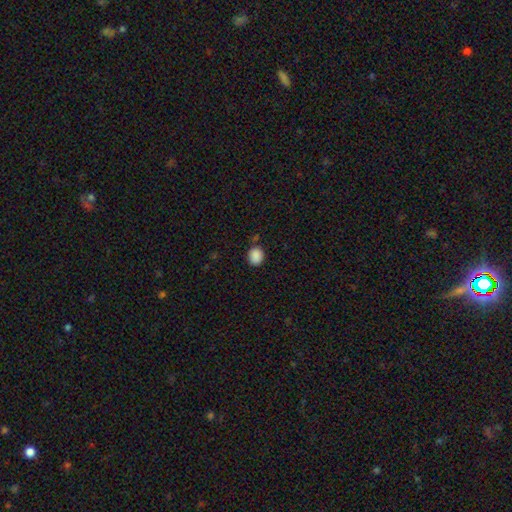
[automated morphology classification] This appears to be a smooth galaxy with no disk features (88%) that is round (62%). Merging: none (78%).